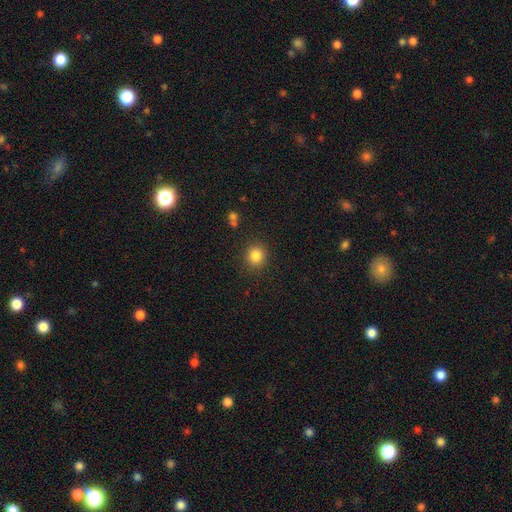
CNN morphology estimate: smooth-or-featured: smooth: 84% | star or artifact: 11% | featured or disk: 5%
  how-rounded: round: 87% | in between: 12% | cigar-shaped: 1%
  merging: none: 88% | minor disturbance: 7% | major disturbance: 3% | merger: 2%